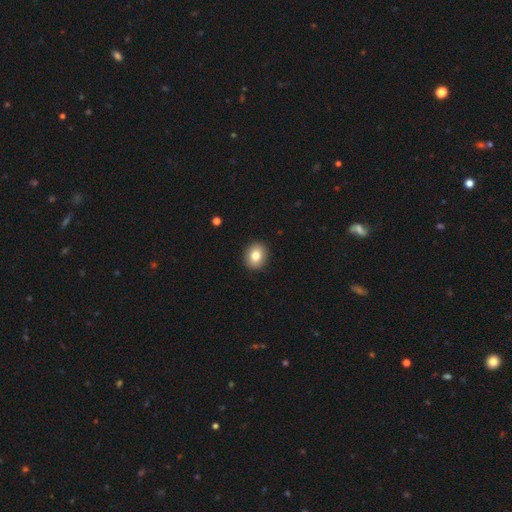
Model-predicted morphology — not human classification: smooth_or_featured: smooth (p=0.81) [alt: featured or disk p=0.10]
how_rounded: round (p=0.61) [alt: in between p=0.38]
merging: none (p=0.91) [alt: minor disturbance p=0.06]